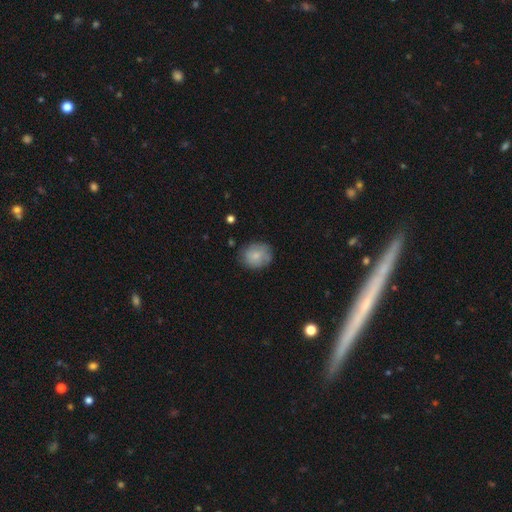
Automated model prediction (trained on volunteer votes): A smooth galaxy with no disk features (74%) that is round (66%). Merging: none (74%).